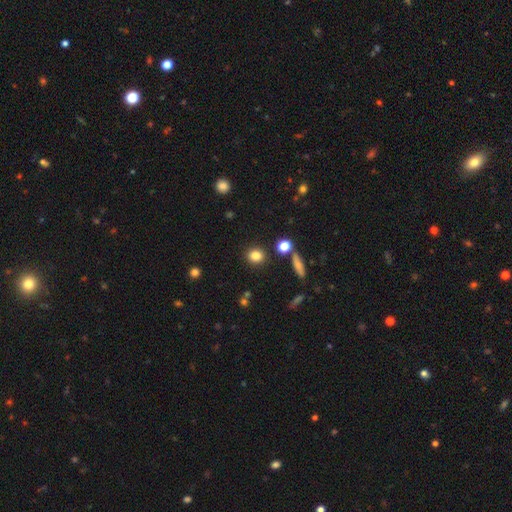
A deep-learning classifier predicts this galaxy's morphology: smooth 82%, star or artifact 12%, featured or disk 6%. Down the decision tree: how rounded — round (76%); merging — none (86%).